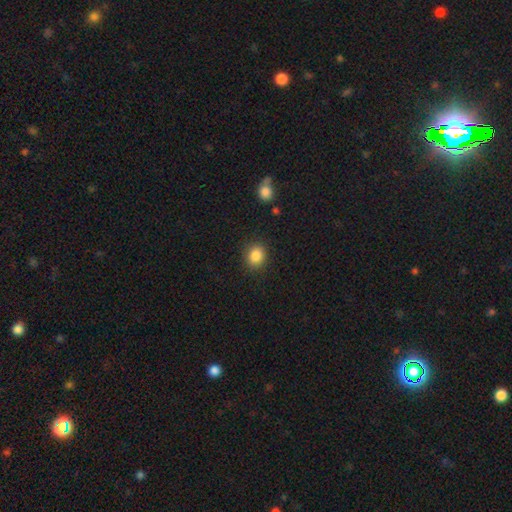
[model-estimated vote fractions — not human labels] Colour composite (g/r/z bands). It shows a smooth galaxy with no disk features (86%) that is round (74%). Merging: none (88%).